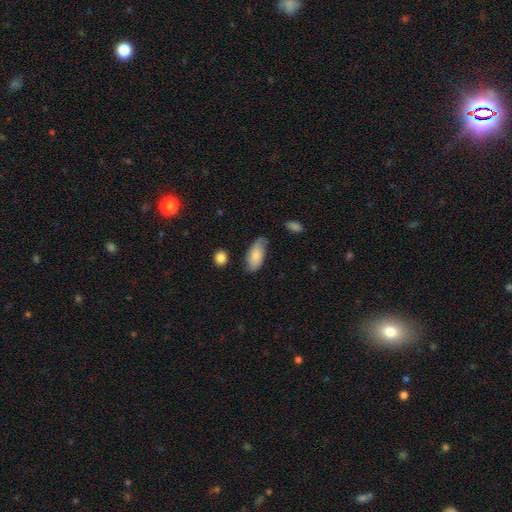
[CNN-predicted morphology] This is likely a smooth galaxy (77%). How rounded: clearly in between (90%). Merging: likely none (63%).